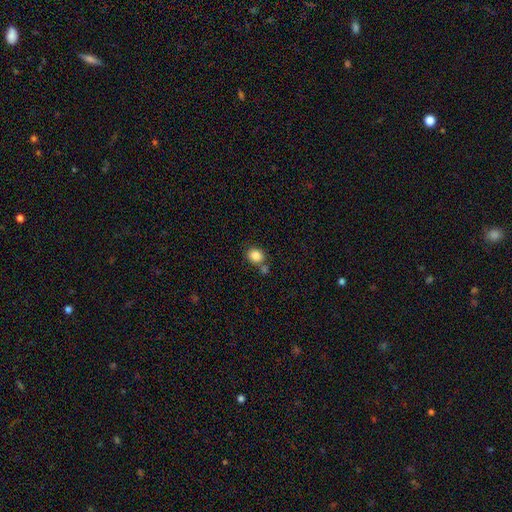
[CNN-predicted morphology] Overall: smooth (85%). How rounded: round (69%; in between 30%). Merging: none (67%).